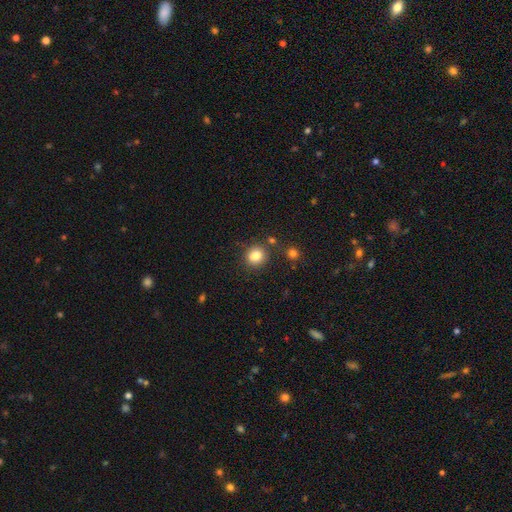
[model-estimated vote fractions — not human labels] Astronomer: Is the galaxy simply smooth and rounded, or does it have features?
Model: smooth — 83%.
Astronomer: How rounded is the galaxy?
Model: round — 76%.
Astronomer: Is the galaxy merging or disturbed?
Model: none — 81%.